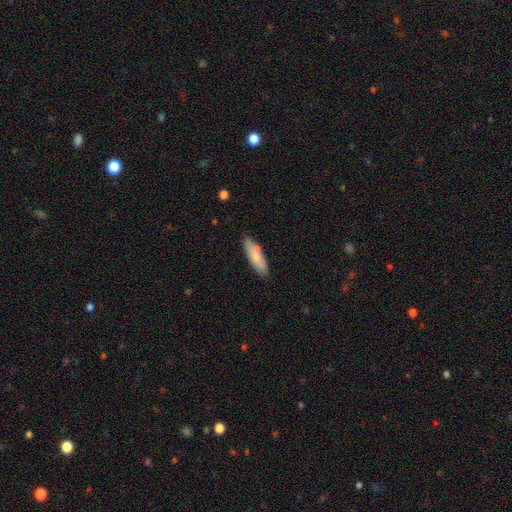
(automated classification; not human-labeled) Overall: smooth (75%). How rounded: in between (54%; cigar-shaped 44%). Merging: none (77%).